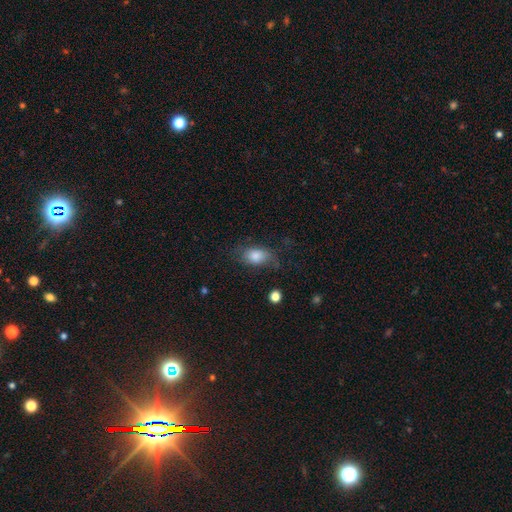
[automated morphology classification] Smooth or featured?
  - smooth: 81% *
  - featured or disk: 10%
  - star or artifact: 9%
How rounded?
  - in between: 85% *
  - round: 12%
  - cigar-shaped: 3%
Merging?
  - none: 65% *
  - minor disturbance: 23%
  - major disturbance: 9%
  - merger: 2%